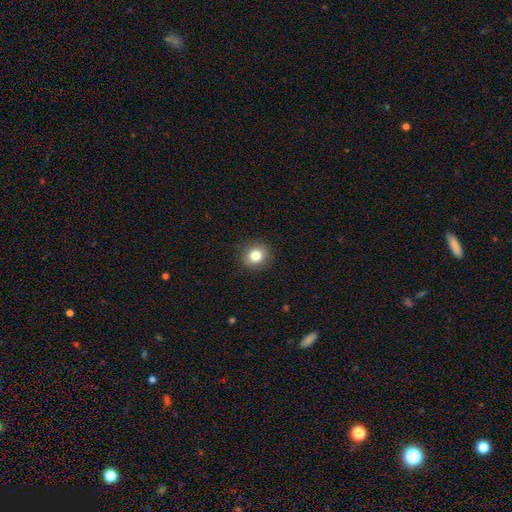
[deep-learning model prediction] This appears to be a smooth galaxy with no disk features (81%) that is round (84%). Merging: none (90%).